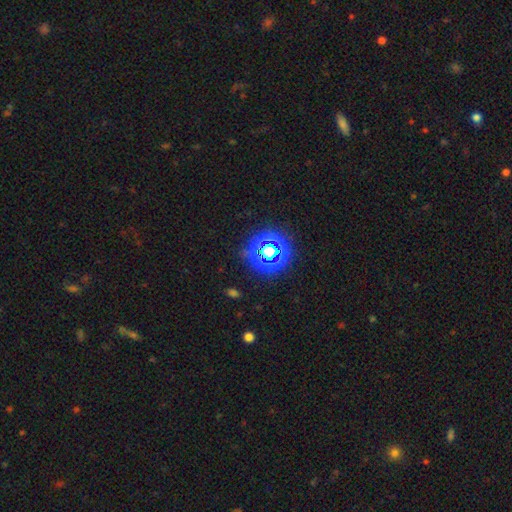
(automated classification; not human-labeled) The model was most divided on "smooth or featured": star or artifact: 53%, smooth: 41%, featured or disk: 7%.